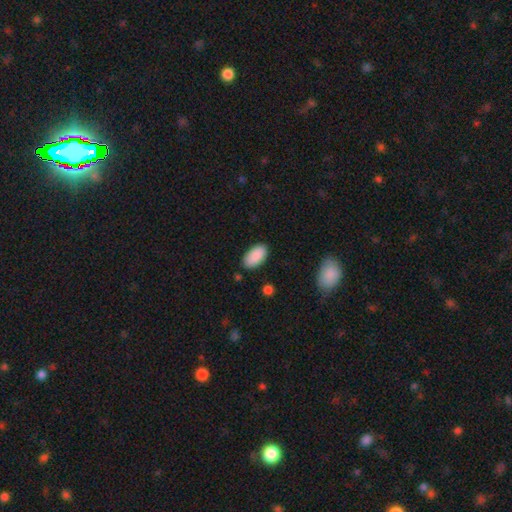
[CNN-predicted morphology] Smooth or featured: smooth — 90% (star or artifact — 6%)
How rounded: in between — 95% (cigar-shaped — 3%)
Merging: none — 85% (minor disturbance — 11%)